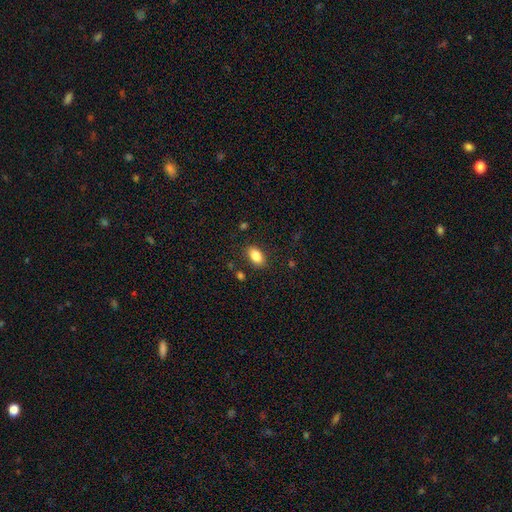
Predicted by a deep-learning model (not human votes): Smooth or featured: smooth — 85% (star or artifact — 8%)
How rounded: in between — 89% (round — 9%)
Merging: none — 84% (minor disturbance — 11%)